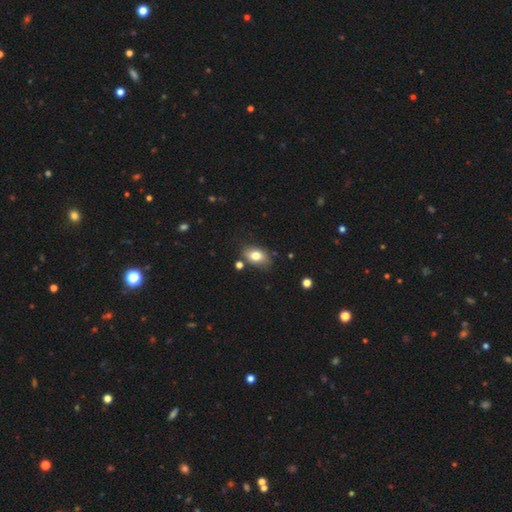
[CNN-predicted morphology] Smooth or featured? Predicted: smooth (p=0.77). How rounded? Predicted: in between (p=0.85). Merging? Predicted: none (p=0.75).